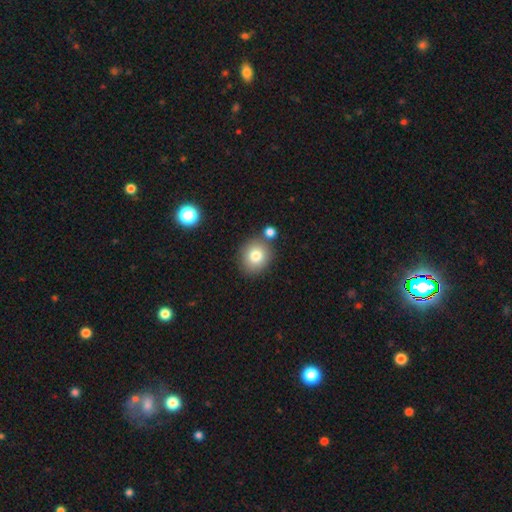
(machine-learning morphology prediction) Smooth or featured: smooth — 80% (star or artifact — 10%)
How rounded: round — 75% (in between — 24%)
Merging: none — 76% (merger — 11%)